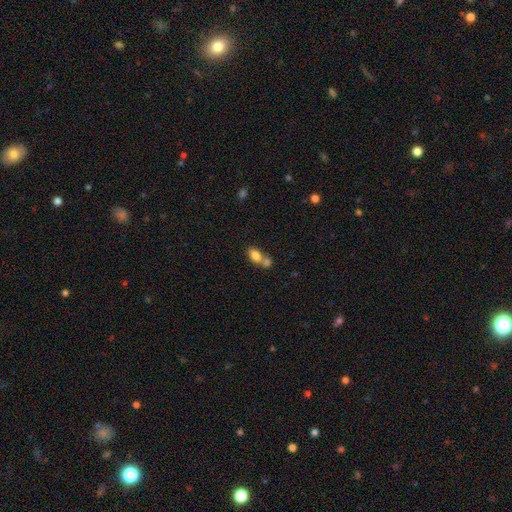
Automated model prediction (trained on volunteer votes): A smooth galaxy with no disk features (79%) that is in between round and cigar-shaped (80%).

Vote fractions:
- Smooth or featured? smooth: 79% / featured or disk: 12% / star or artifact: 9%
- How rounded? in between: 80% / round: 17% / cigar-shaped: 2%
- Merging? merger: 60% / none: 28% / minor disturbance: 8% / major disturbance: 4%